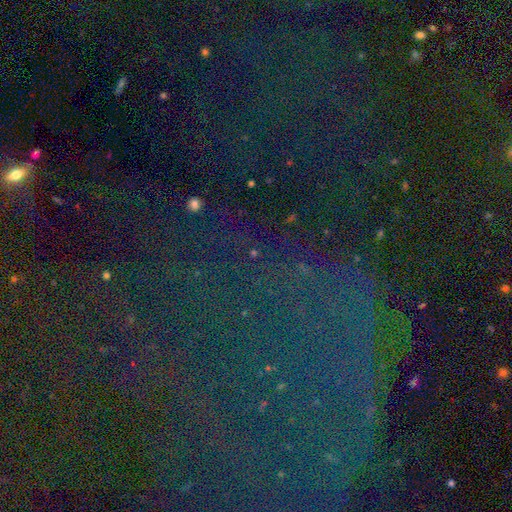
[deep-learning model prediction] Q: Smooth or featured?
A: star or artifact (83%); runner-up: smooth (8%)